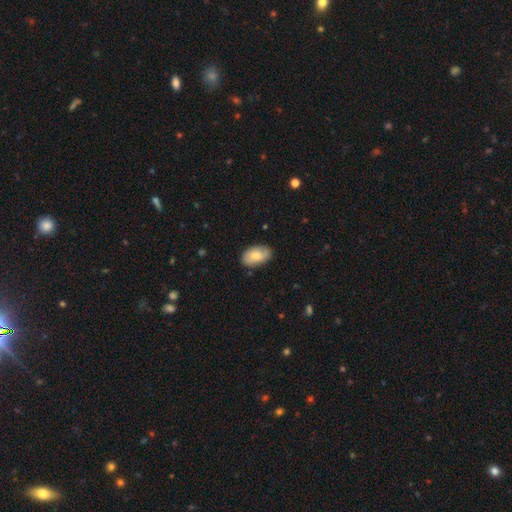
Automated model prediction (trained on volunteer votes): smooth 76%, featured or disk 17%, star or artifact 6%. Down the decision tree: how rounded — in between (94%); merging — none (80%).